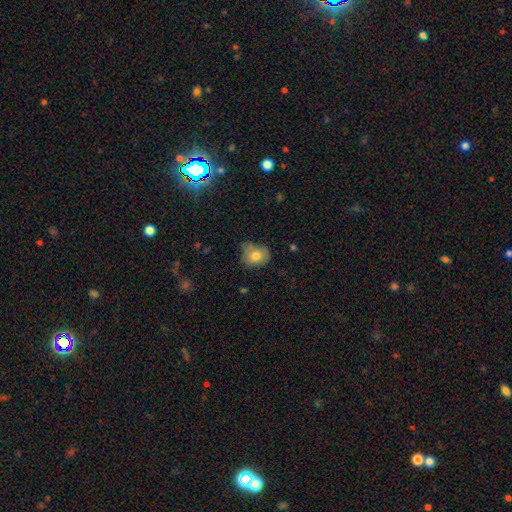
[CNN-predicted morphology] smooth-or-featured: smooth: 74% | featured or disk: 16% | star or artifact: 9%
  how-rounded: round: 52% | in between: 47% | cigar-shaped: 1%
  merging: none: 50% | minor disturbance: 34% | major disturbance: 11% | merger: 6%